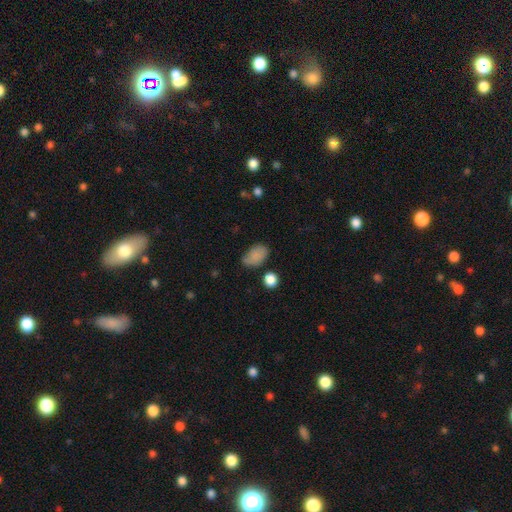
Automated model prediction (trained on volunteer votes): Smooth or featured: smooth — 83% (star or artifact — 9%)
How rounded: in between — 89% (round — 10%)
Merging: none — 56% (minor disturbance — 30%)